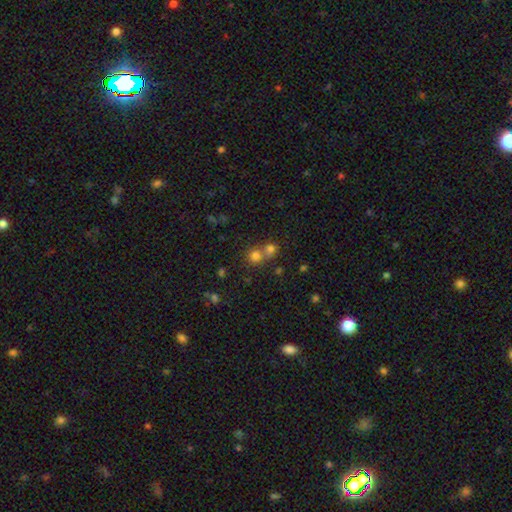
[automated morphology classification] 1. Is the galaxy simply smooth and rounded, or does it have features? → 74% smooth, 17% star or artifact, 9% featured or disk.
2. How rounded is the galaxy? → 87% round, 12% in between, 1% cigar-shaped.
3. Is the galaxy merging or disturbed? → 47% none, 45% merger, 5% minor disturbance, 2% major disturbance.